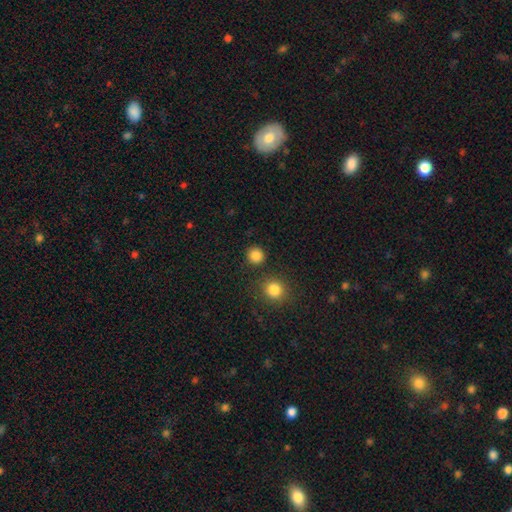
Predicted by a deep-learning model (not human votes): smooth-or-featured: smooth: 85% | star or artifact: 12% | featured or disk: 3%
  how-rounded: round: 93% | in between: 6% | cigar-shaped: 1%
  merging: none: 87% | minor disturbance: 6% | merger: 5% | major disturbance: 2%